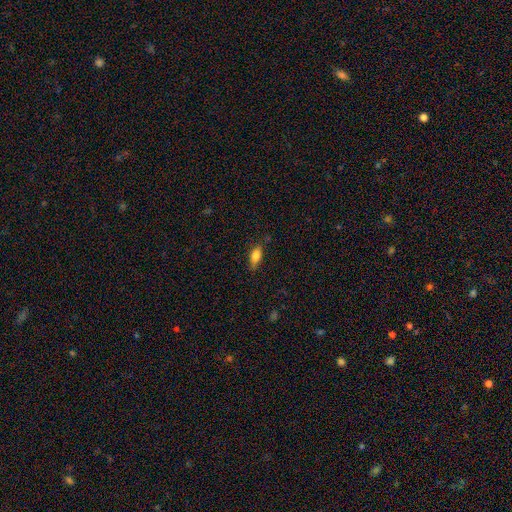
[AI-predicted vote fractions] This is clearly a smooth galaxy (80%). How rounded: clearly in between (82%). Merging: likely none (74%).